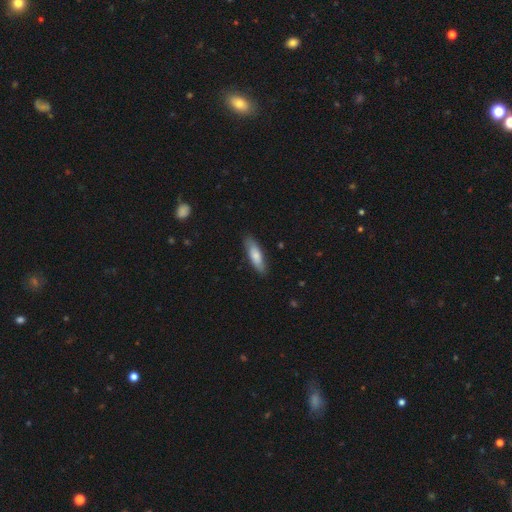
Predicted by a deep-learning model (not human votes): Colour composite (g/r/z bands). It shows a smooth galaxy with no disk features (74%) that is cigar-shaped (55%). Merging: none (83%).